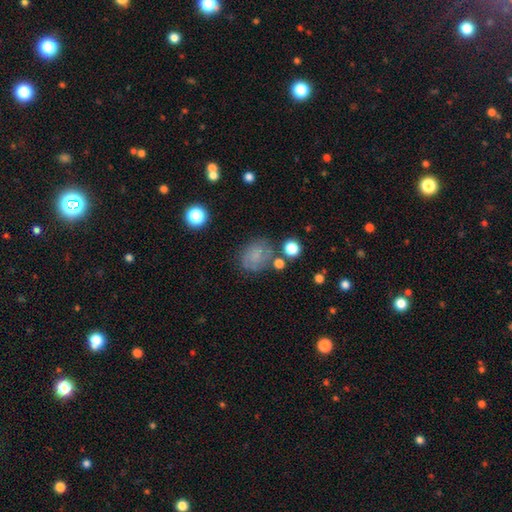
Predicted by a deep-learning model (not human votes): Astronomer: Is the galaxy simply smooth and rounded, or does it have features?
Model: smooth — 57%.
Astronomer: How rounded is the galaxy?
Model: round — 55% (runner-up: in between, 44%).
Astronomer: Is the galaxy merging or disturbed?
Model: none — 64%.